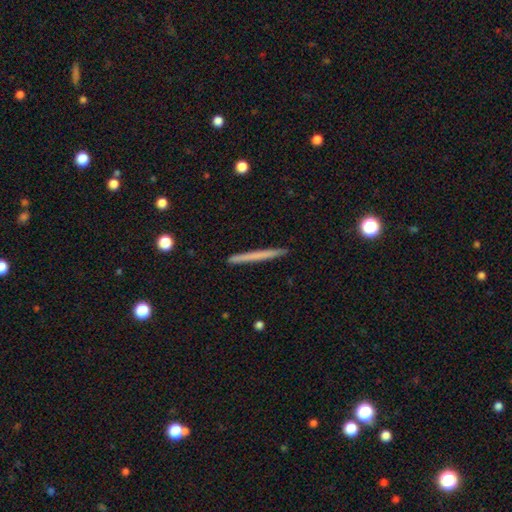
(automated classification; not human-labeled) This appears to be a smooth galaxy with no disk features (59%) that is cigar-shaped (97%). Merging: none (92%).